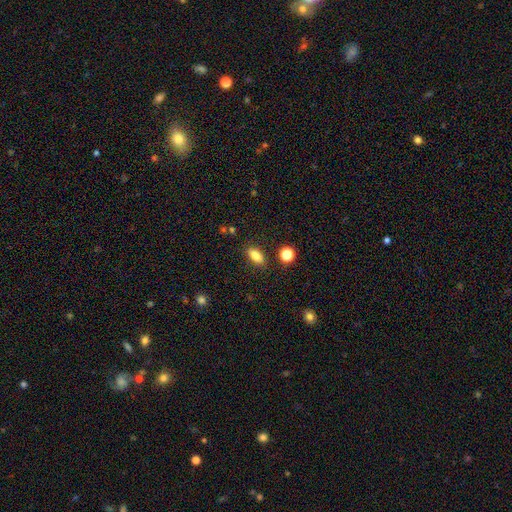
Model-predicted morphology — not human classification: The model was most divided on "how rounded": in between: 83%, cigar-shaped: 11%, round: 6%. More confident: merging — none (85%); smooth or featured — smooth (83%).